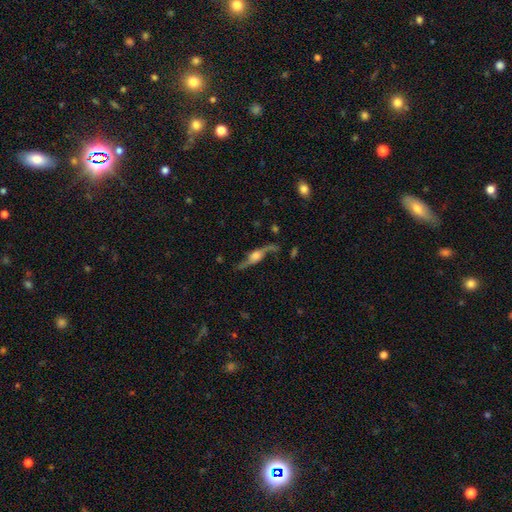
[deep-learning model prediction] Smooth or featured?
  - featured or disk: 78% *
  - smooth: 15%
  - star or artifact: 7%
Edge-on disk?
  - yes: 63% *
  - no: 37%
Merging?
  - none: 68% *
  - minor disturbance: 19%
  - major disturbance: 10%
  - merger: 4%